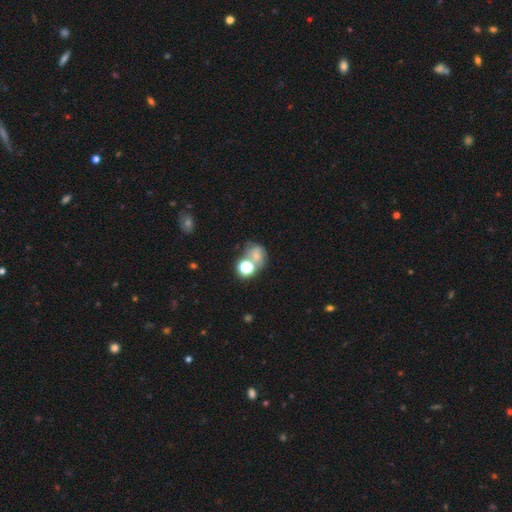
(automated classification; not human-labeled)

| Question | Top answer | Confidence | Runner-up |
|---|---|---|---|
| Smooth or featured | smooth | 51% | featured or disk (27%) |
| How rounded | round | 54% | in between (45%) |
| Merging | merger | 37% | none (33%) |